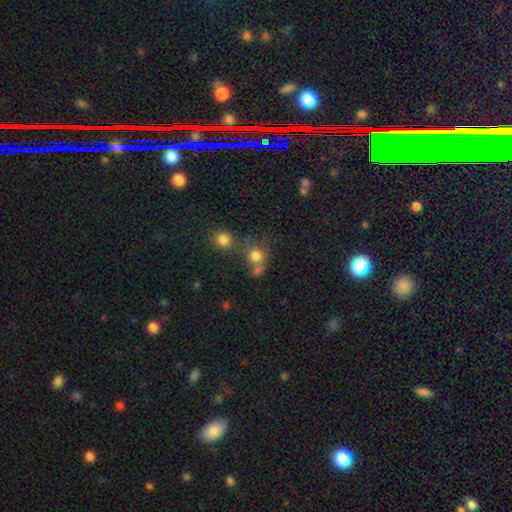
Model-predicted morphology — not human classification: Q: Smooth or featured?
A: smooth (75%); runner-up: star or artifact (15%)
Q: How rounded?
A: round (84%); runner-up: in between (14%)
Q: Merging?
A: none (48%); runner-up: merger (35%)